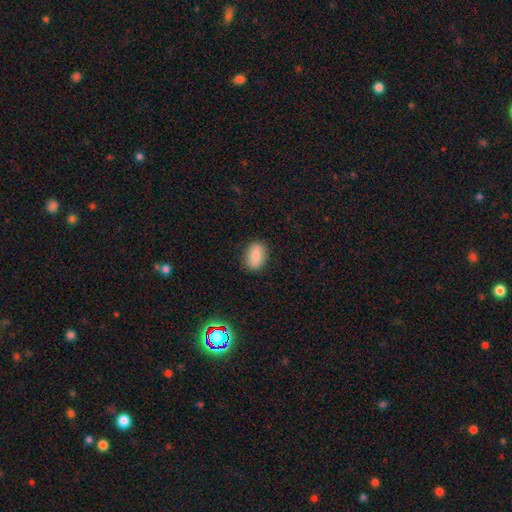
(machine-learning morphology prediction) This appears to be a smooth galaxy with no disk features (81%) that is in between round and cigar-shaped (80%). Merging: none (85%).